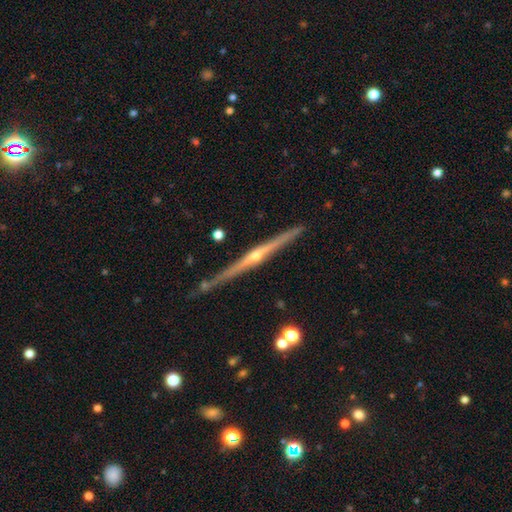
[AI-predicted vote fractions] Overall: featured or disk (87%). Edge-on disk: yes (98%). Edge-on bulge: rounded (86%). Merging: none (89%).